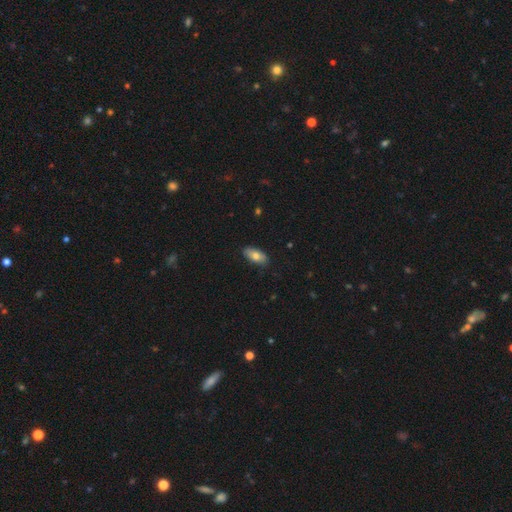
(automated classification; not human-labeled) smooth_or_featured: smooth (p=0.74) [alt: featured or disk p=0.19]
how_rounded: in between (p=0.88) [alt: cigar-shaped p=0.09]
merging: none (p=0.86) [alt: minor disturbance p=0.11]